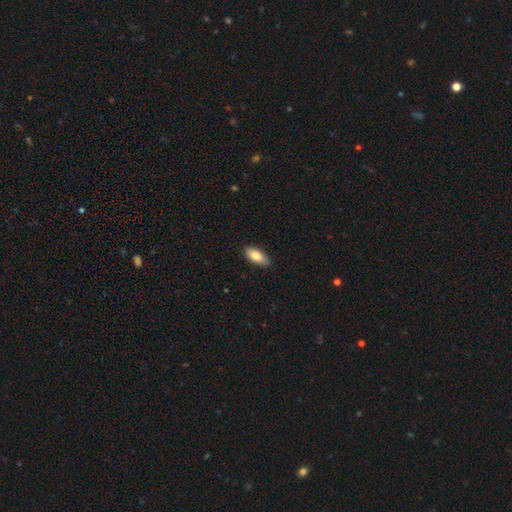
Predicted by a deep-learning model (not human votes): This is clearly a smooth galaxy (82%). How rounded: clearly in between (88%). Merging: clearly none (87%).